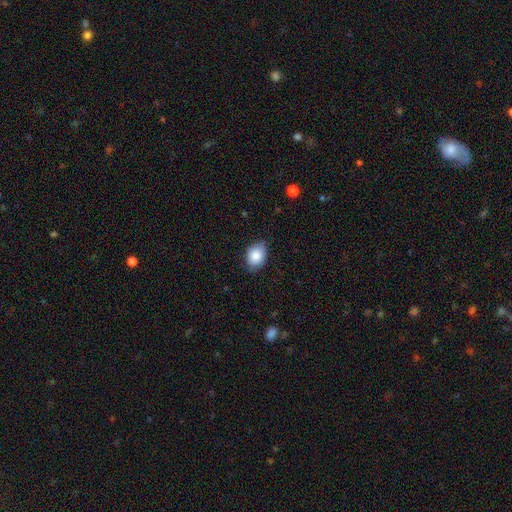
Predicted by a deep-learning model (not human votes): This is clearly a smooth galaxy (85%). How rounded: likely in between (67%). Merging: likely none (70%).